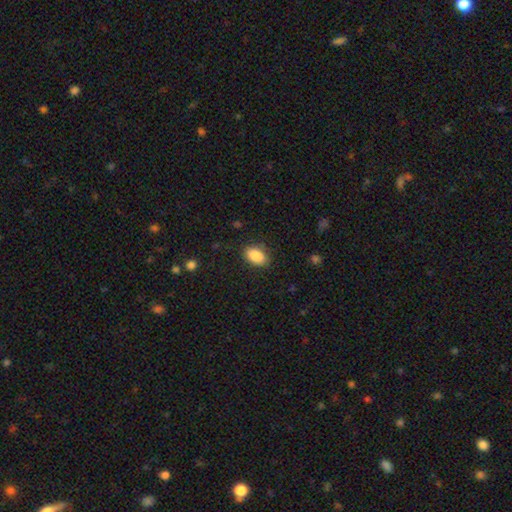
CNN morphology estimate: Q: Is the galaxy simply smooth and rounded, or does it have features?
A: smooth — 88%.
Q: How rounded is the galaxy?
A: in between — 91%.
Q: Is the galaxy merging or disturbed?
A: none — 85%.